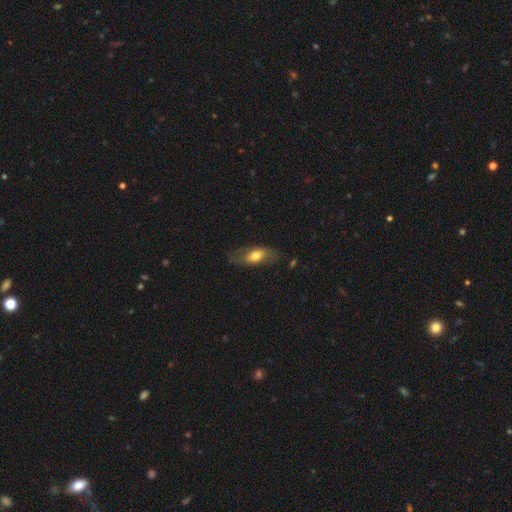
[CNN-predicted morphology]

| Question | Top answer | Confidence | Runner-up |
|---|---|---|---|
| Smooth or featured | smooth | 58% | featured or disk (35%) |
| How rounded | in between | 80% | cigar-shaped (14%) |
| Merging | none | 66% | minor disturbance (22%) |